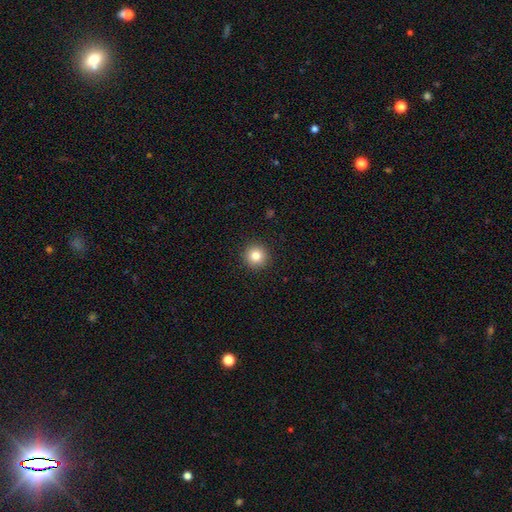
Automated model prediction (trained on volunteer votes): A smooth galaxy with no disk features (83%) that is round (95%).

Vote fractions:
- Smooth or featured? smooth: 83% / star or artifact: 11% / featured or disk: 7%
- How rounded? round: 95% / in between: 4% / cigar-shaped: 1%
- Merging? none: 93% / minor disturbance: 5% / major disturbance: 2% / merger: 1%